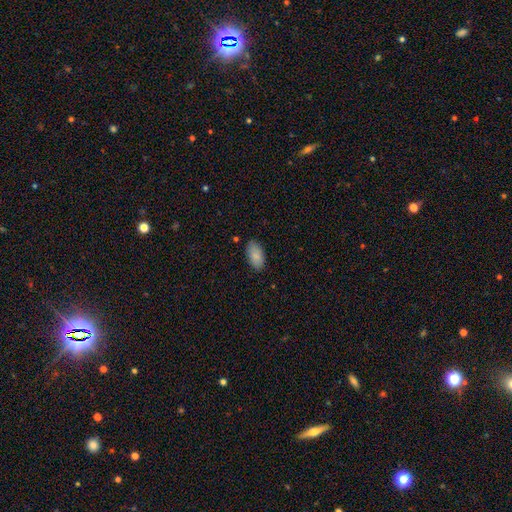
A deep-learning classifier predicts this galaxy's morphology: A smooth galaxy with no disk features (87%) that is in between round and cigar-shaped (94%).

Vote fractions:
- Smooth or featured? smooth: 87% / star or artifact: 6% / featured or disk: 6%
- How rounded? in between: 94% / cigar-shaped: 3% / round: 3%
- Merging? none: 84% / minor disturbance: 12% / major disturbance: 2% / merger: 1%